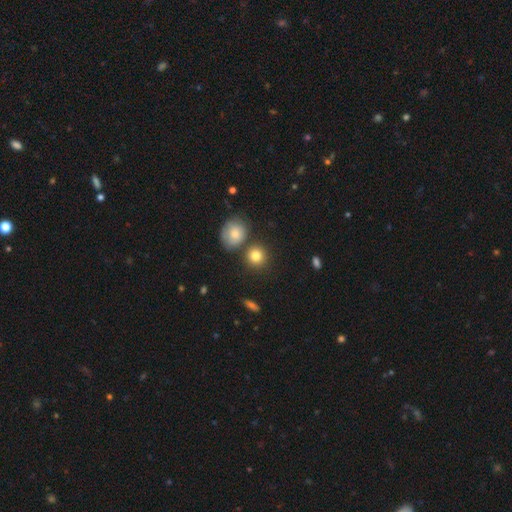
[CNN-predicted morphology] smooth_or_featured: smooth (p=0.82) [alt: star or artifact p=0.10]
how_rounded: round (p=0.89) [alt: in between p=0.10]
merging: none (p=0.74) [alt: merger p=0.13]